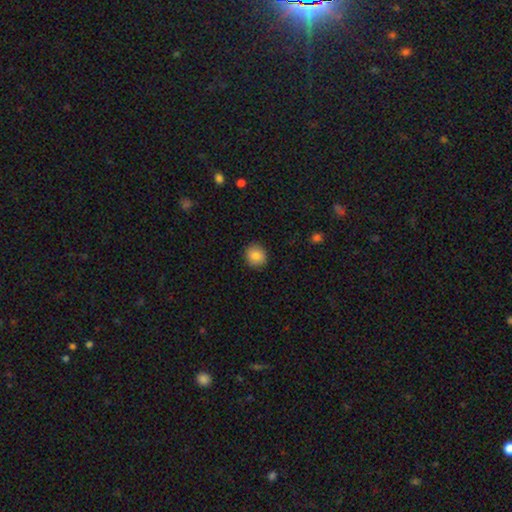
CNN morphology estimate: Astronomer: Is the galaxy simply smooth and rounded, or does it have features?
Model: smooth — 86%.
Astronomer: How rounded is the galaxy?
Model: round — 80%.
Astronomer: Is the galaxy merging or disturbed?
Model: none — 90%.